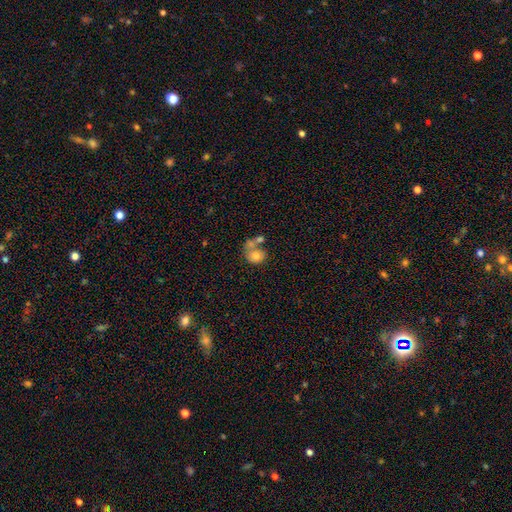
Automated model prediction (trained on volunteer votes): smooth_or_featured: smooth (p=0.72) [alt: featured or disk p=0.18]
how_rounded: round (p=0.61) [alt: in between p=0.38]
merging: merger (p=0.51) [alt: none p=0.30]